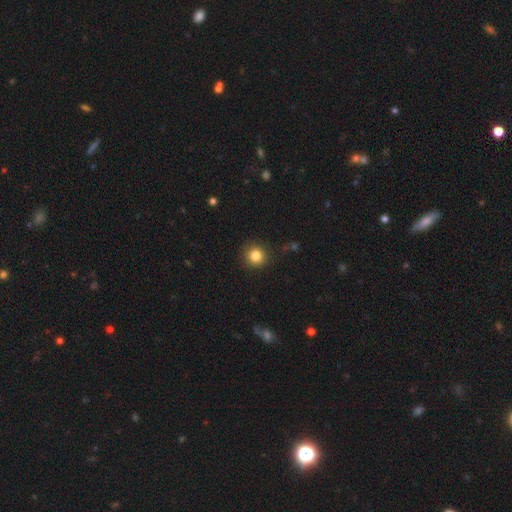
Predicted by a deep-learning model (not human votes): Smooth or featured?
  - smooth: 83% *
  - star or artifact: 11%
  - featured or disk: 5%
How rounded?
  - round: 93% *
  - in between: 6%
  - cigar-shaped: 1%
Merging?
  - none: 89% *
  - minor disturbance: 7%
  - major disturbance: 2%
  - merger: 1%